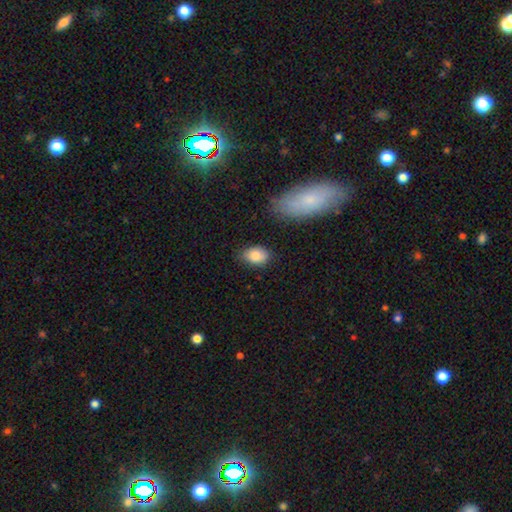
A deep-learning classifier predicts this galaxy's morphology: A smooth galaxy with no disk features (85%) that is in between round and cigar-shaped (83%). Merging: none (74%).